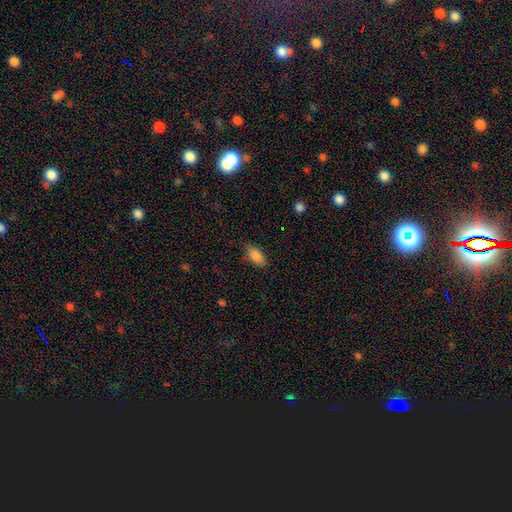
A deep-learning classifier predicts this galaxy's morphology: type=smooth (87%); roundness=in between (91%); merging=none (79%).